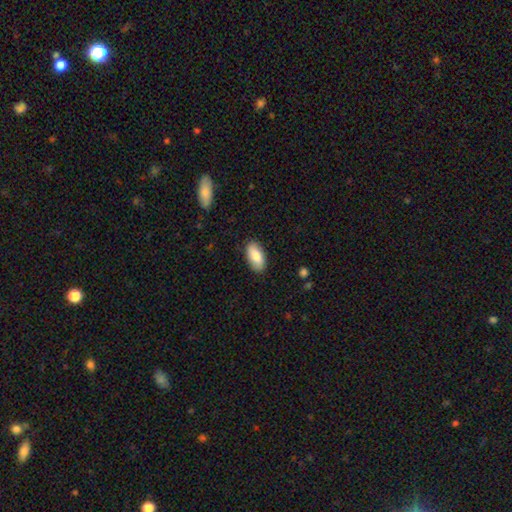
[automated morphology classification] A smooth galaxy with no disk features (81%) that is in between round and cigar-shaped (92%).

Vote fractions:
- Smooth or featured? smooth: 81% / featured or disk: 13% / star or artifact: 6%
- How rounded? in between: 92% / cigar-shaped: 6% / round: 2%
- Merging? none: 87% / minor disturbance: 10% / major disturbance: 2% / merger: 1%